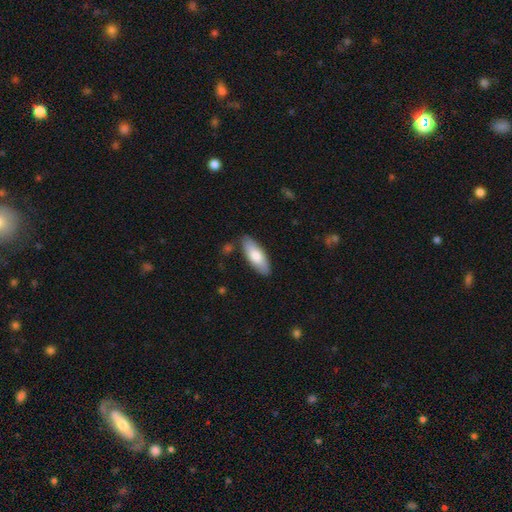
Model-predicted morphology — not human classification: Q: Smooth or featured?
A: smooth (76%); runner-up: featured or disk (18%)
Q: How rounded?
A: in between (74%); runner-up: cigar-shaped (24%)
Q: Merging?
A: none (84%); runner-up: minor disturbance (11%)